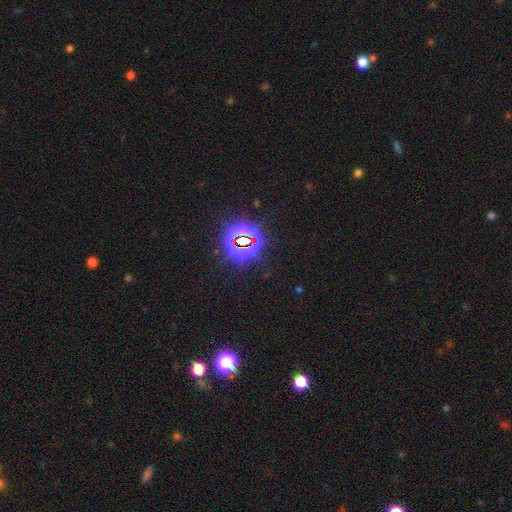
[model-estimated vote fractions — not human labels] Q: Smooth or featured?
A: star or artifact (83%); runner-up: smooth (10%)